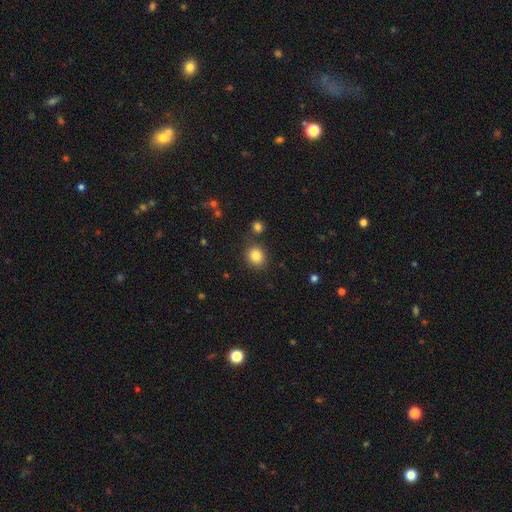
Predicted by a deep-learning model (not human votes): This is clearly a smooth galaxy (84%). How rounded: likely round (80%). Merging: clearly none (82%).